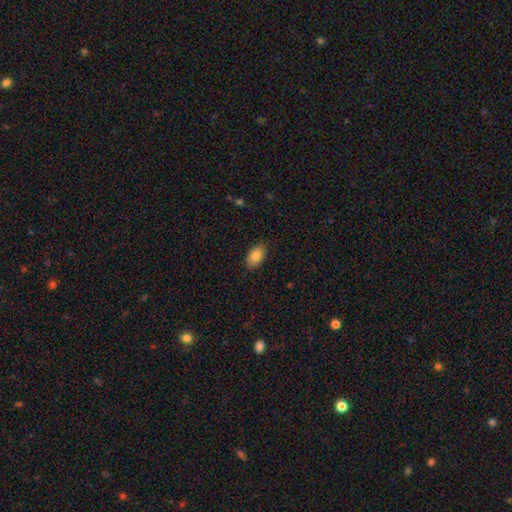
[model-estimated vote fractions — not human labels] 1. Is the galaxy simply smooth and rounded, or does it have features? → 85% smooth, 8% featured or disk, 7% star or artifact.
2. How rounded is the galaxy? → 93% in between, 5% round, 2% cigar-shaped.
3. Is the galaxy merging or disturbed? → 87% none, 10% minor disturbance, 2% major disturbance, 1% merger.